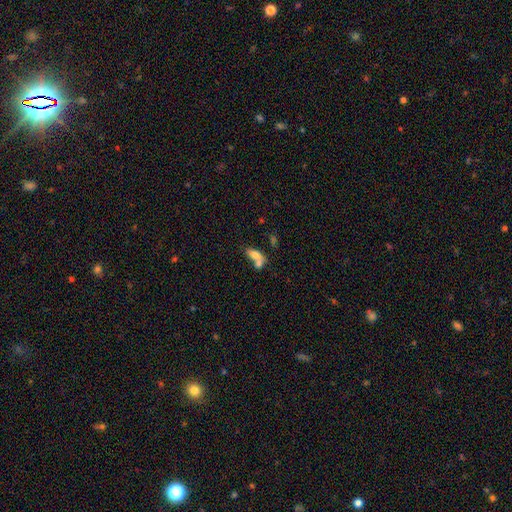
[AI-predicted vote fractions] A smooth galaxy with no disk features (71%) that is in between round and cigar-shaped (81%). Merging: merger (59%).